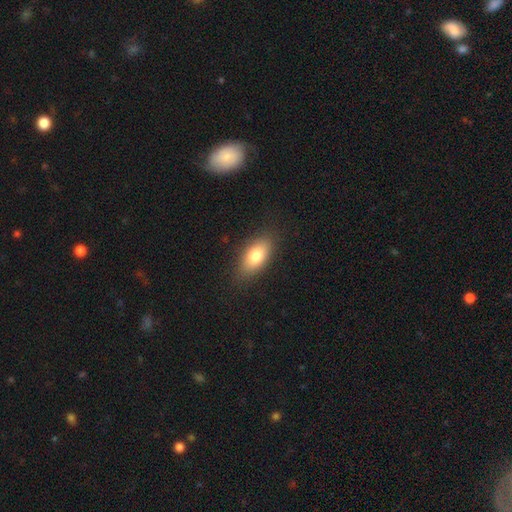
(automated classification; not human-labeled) smooth_or_featured: smooth (p=0.78) [alt: featured or disk p=0.14]
how_rounded: in between (p=0.88) [alt: cigar-shaped p=0.07]
merging: none (p=0.85) [alt: minor disturbance p=0.11]